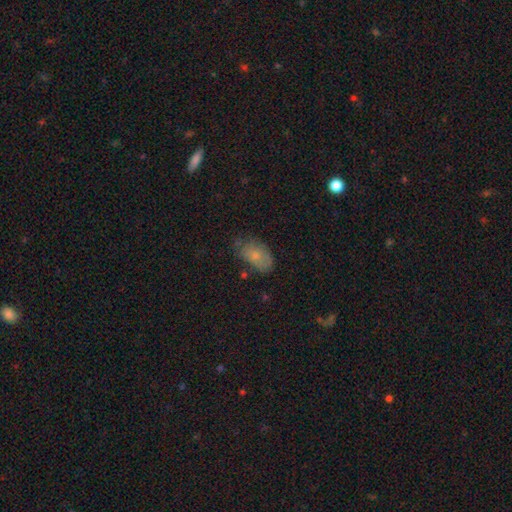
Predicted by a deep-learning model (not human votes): This is likely a smooth galaxy (72%). How rounded: clearly in between (90%). Merging: possibly none (57%).